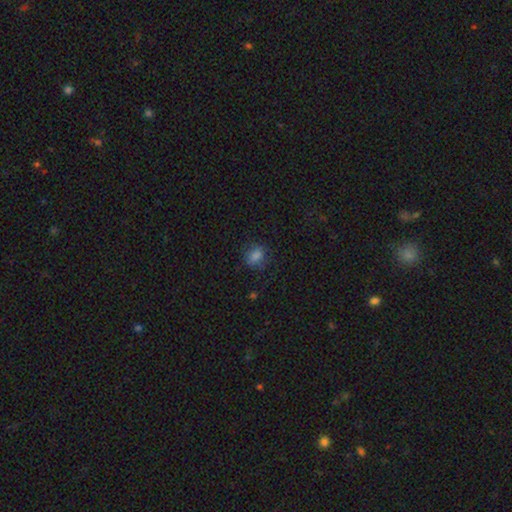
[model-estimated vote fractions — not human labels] Q: Smooth or featured?
A: smooth (79%); runner-up: star or artifact (14%)
Q: How rounded?
A: in between (63%); runner-up: round (34%)
Q: Merging?
A: none (73%); runner-up: minor disturbance (19%)